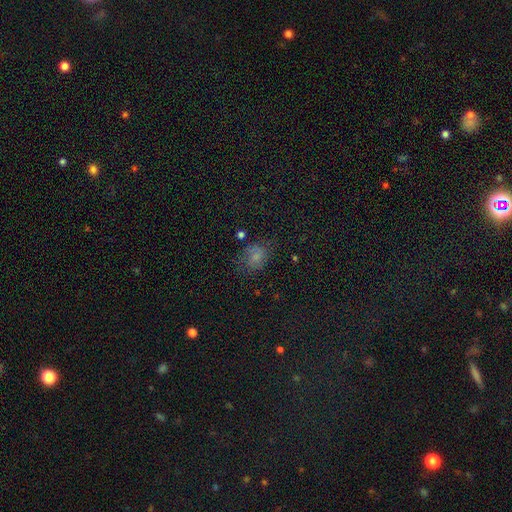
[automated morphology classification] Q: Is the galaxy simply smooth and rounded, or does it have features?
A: smooth — 68%.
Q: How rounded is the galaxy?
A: in between — 55%.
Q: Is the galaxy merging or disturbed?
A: none — 57%.